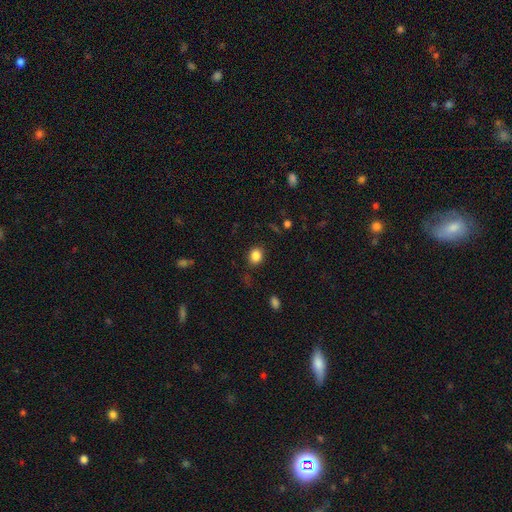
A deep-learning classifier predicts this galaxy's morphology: Smooth or featured?
  - smooth: 85% *
  - star or artifact: 10%
  - featured or disk: 5%
How rounded?
  - round: 55% *
  - in between: 44%
  - cigar-shaped: 1%
Merging?
  - none: 84% *
  - minor disturbance: 11%
  - major disturbance: 3%
  - merger: 2%